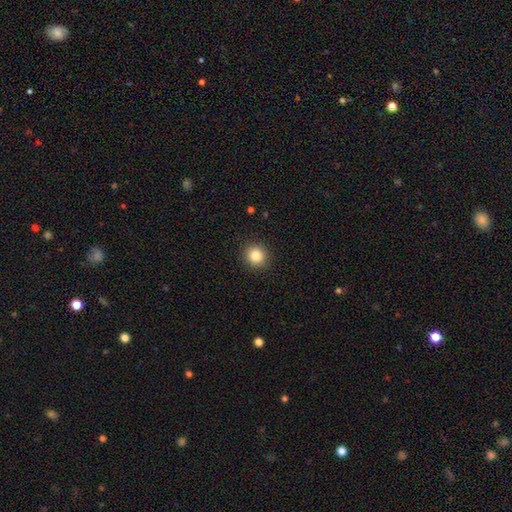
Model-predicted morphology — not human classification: This appears to be a smooth galaxy with no disk features (84%) that is round (88%). Merging: none (92%).